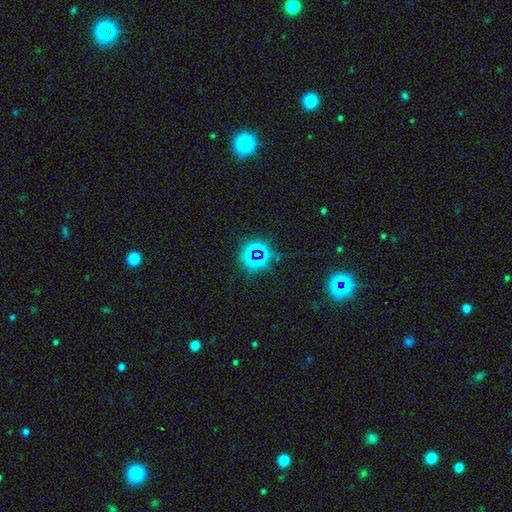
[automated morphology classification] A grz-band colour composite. It shows a star or artifact, not a galaxy (71%).